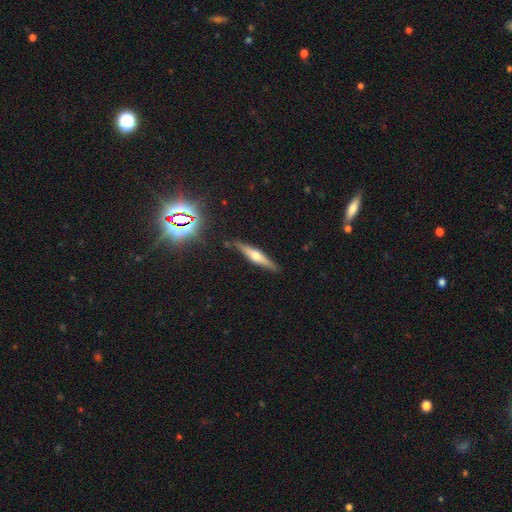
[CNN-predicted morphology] Overall: featured or disk (60%; smooth 32%). Edge-on disk: yes (95%). Edge-on bulge: rounded (89%). Merging: none (86%).